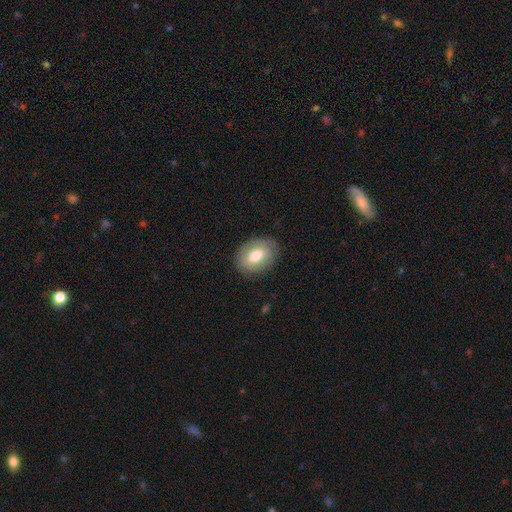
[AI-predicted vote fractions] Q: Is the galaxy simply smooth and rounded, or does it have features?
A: smooth — 70%.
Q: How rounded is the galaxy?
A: in between — 76%.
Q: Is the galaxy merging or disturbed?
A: none — 83%.